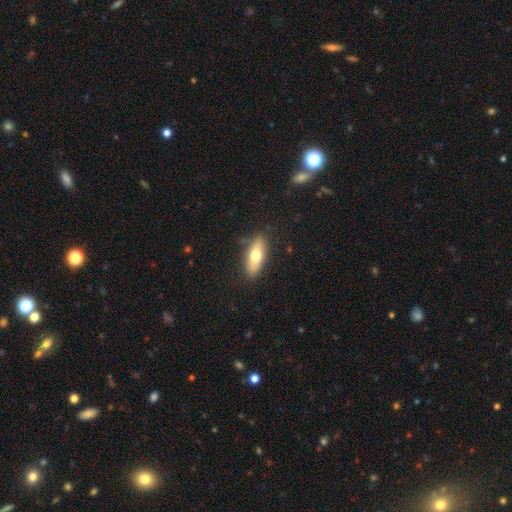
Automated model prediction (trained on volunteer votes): smooth_or_featured: smooth (p=0.68) [alt: featured or disk p=0.26]
how_rounded: in between (p=0.67) [alt: cigar-shaped p=0.30]
merging: none (p=0.83) [alt: minor disturbance p=0.13]